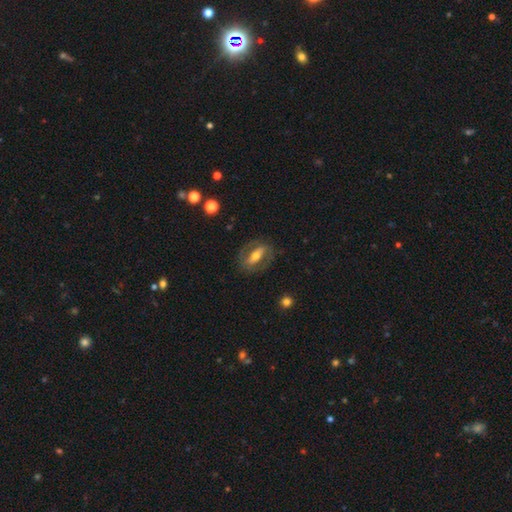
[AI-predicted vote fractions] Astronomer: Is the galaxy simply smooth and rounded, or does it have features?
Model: featured or disk — 63%.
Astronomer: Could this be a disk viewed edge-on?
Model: no — 81%.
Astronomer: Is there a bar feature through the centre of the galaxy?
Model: strong — 56%.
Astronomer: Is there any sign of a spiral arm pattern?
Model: no — 55% (runner-up: yes, 45%).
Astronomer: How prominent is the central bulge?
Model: moderate — 65%.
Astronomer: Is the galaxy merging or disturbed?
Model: none — 77%.